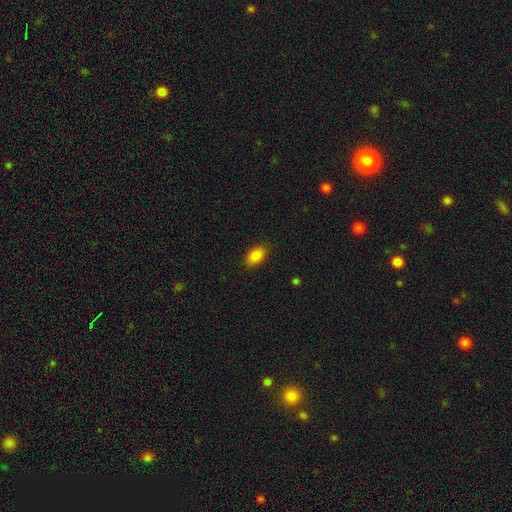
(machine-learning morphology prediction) This appears to be a smooth galaxy with no disk features (86%) that is in between round and cigar-shaped (90%). Merging: none (87%).